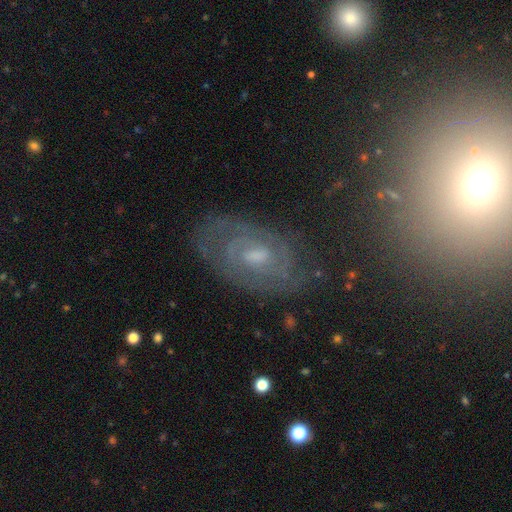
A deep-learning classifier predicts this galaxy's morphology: Q: Smooth or featured?
A: featured or disk (79%); runner-up: smooth (12%)
Q: Edge-on disk?
A: no (96%); runner-up: yes (4%)
Q: Bar?
A: weak (50%); runner-up: no (39%)
Q: Spiral arms?
A: yes (89%); runner-up: no (11%)
Q: Spiral winding?
A: tight (63%); runner-up: medium (30%)
Q: Spiral arm count?
A: 2 (42%); runner-up: can't tell (36%)
Q: Bulge size?
A: moderate (50%); runner-up: small (35%)
Q: Merging?
A: none (76%); runner-up: minor disturbance (16%)